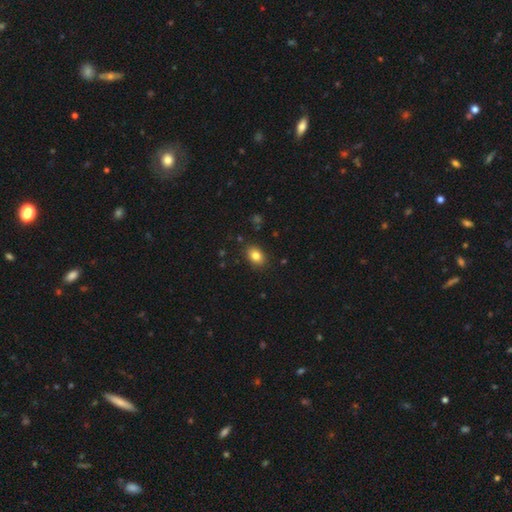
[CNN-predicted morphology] Q: Smooth or featured?
A: smooth (83%); runner-up: star or artifact (9%)
Q: How rounded?
A: in between (80%); runner-up: round (19%)
Q: Merging?
A: none (87%); runner-up: minor disturbance (9%)